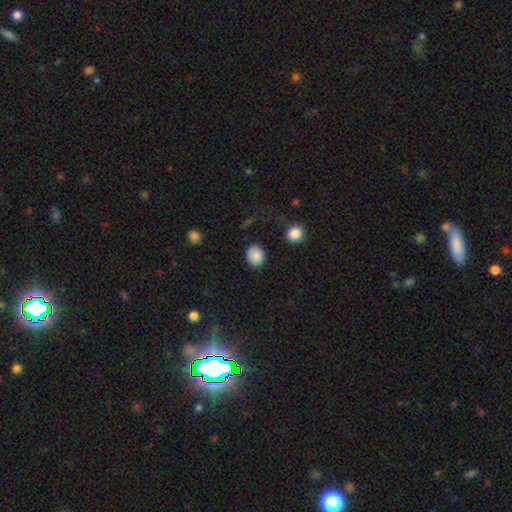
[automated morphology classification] smooth-or-featured: smooth: 87% | star or artifact: 8% | featured or disk: 5%
  how-rounded: in between: 53% | round: 46% | cigar-shaped: 1%
  merging: none: 84% | minor disturbance: 12% | major disturbance: 3% | merger: 2%